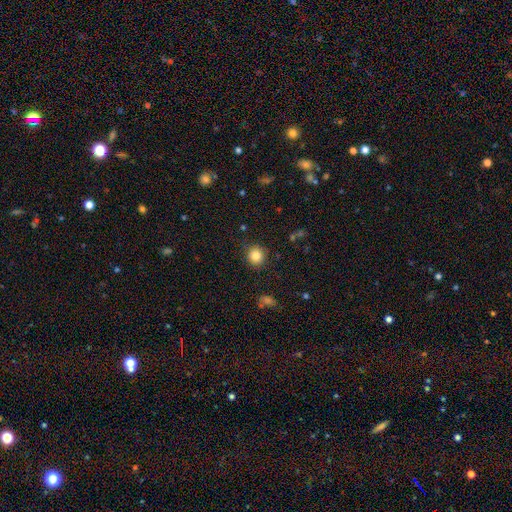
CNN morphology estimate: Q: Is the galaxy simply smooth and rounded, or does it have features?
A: smooth — 83%.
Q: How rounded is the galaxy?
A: round — 91%.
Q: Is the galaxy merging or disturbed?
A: none — 88%.